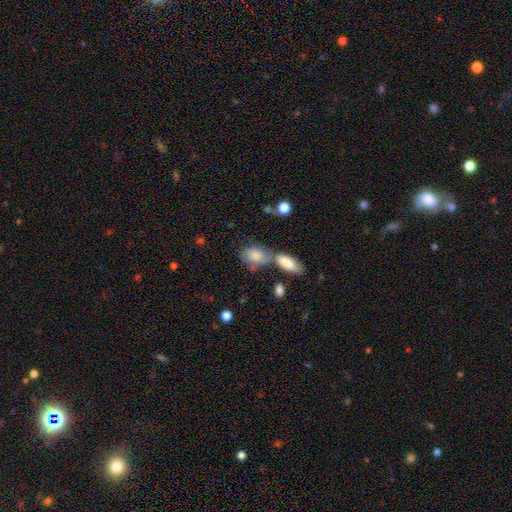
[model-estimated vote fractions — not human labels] Smooth or featured?
  - smooth: 81% *
  - featured or disk: 12%
  - star or artifact: 7%
How rounded?
  - in between: 81% *
  - round: 15%
  - cigar-shaped: 3%
Merging?
  - none: 41% *
  - merger: 36%
  - minor disturbance: 17%
  - major disturbance: 7%